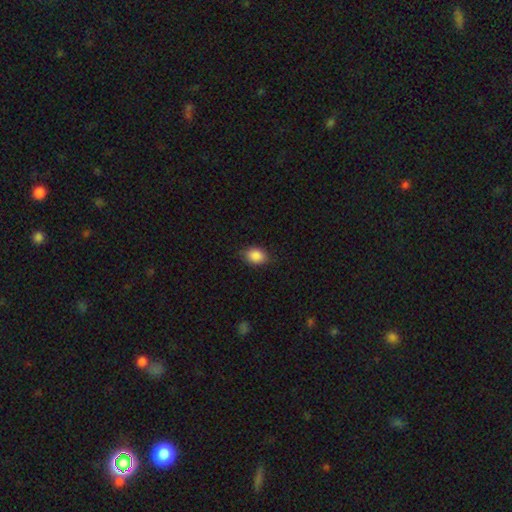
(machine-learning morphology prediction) type=smooth (88%); roundness=in between (70%); merging=none (82%).